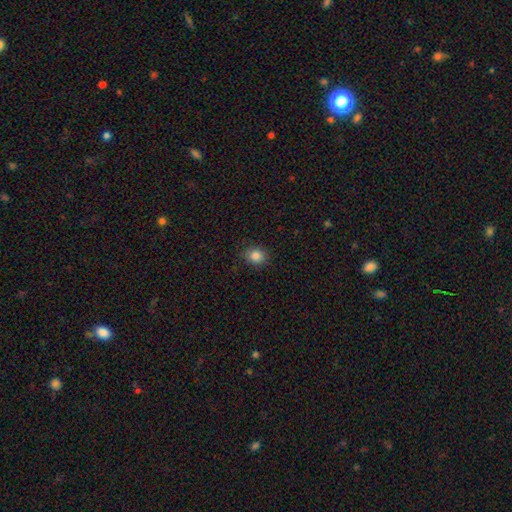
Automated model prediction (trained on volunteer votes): This appears to be a smooth galaxy with no disk features (84%) that is round (64%). Merging: none (87%).